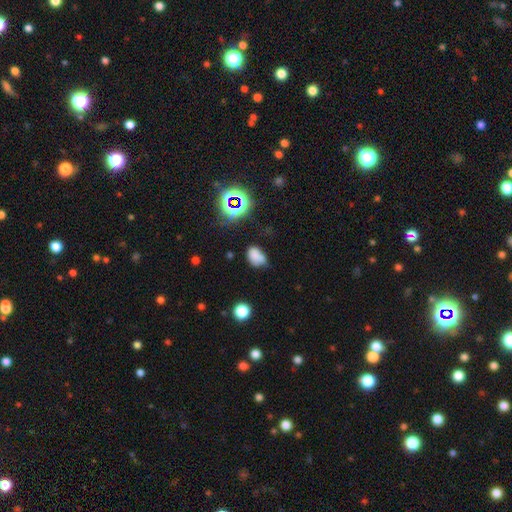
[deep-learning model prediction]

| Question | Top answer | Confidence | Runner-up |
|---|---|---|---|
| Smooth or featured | smooth | 71% | star or artifact (18%) |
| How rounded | in between | 79% | round (19%) |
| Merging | none | 45% | minor disturbance (35%) |